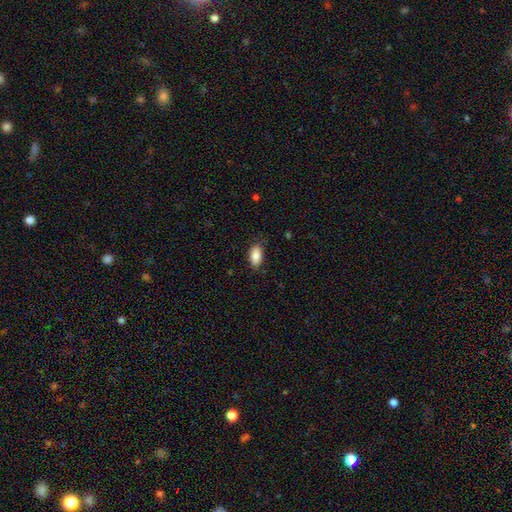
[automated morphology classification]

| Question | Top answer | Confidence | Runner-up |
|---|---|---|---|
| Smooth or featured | smooth | 87% | star or artifact (7%) |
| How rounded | in between | 92% | cigar-shaped (5%) |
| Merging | none | 82% | minor disturbance (14%) |